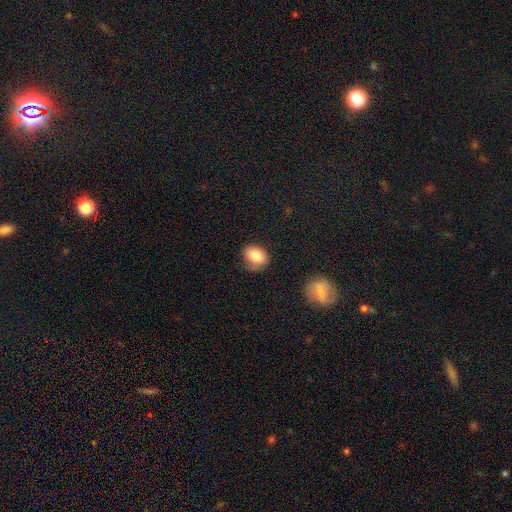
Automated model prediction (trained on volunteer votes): This appears to be a smooth galaxy with no disk features (82%) that is in between round and cigar-shaped (55%). Merging: none (73%).